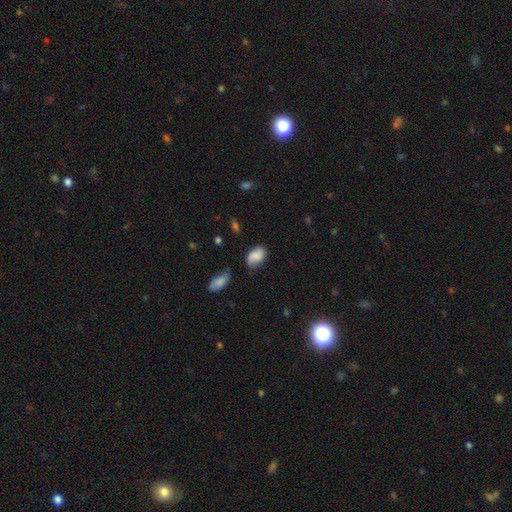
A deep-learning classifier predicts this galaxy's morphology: Smooth or featured? Predicted: smooth (p=0.79). How rounded? Predicted: in between (p=0.87). Merging? Predicted: none (p=0.60).